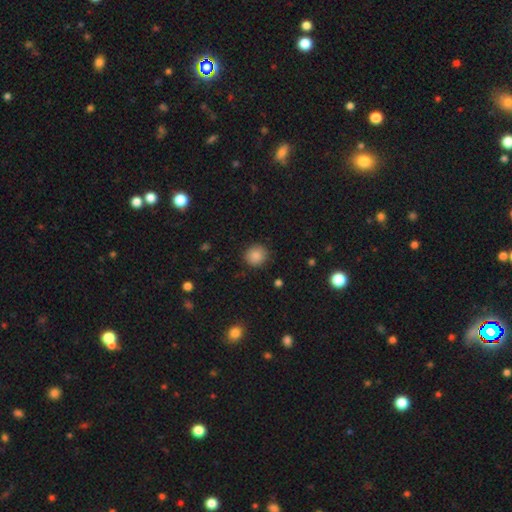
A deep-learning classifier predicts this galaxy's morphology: Q: Smooth or featured?
A: smooth (87%); runner-up: star or artifact (10%)
Q: How rounded?
A: round (90%); runner-up: in between (9%)
Q: Merging?
A: none (89%); runner-up: minor disturbance (8%)